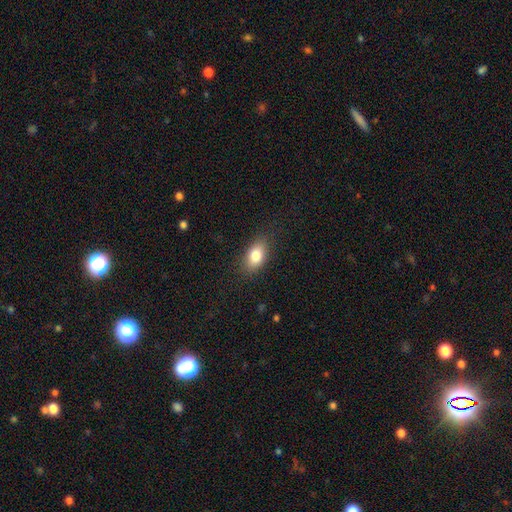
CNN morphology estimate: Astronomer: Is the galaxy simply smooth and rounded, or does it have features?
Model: smooth — 82%.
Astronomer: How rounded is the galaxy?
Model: in between — 87%.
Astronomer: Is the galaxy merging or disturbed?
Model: none — 84%.